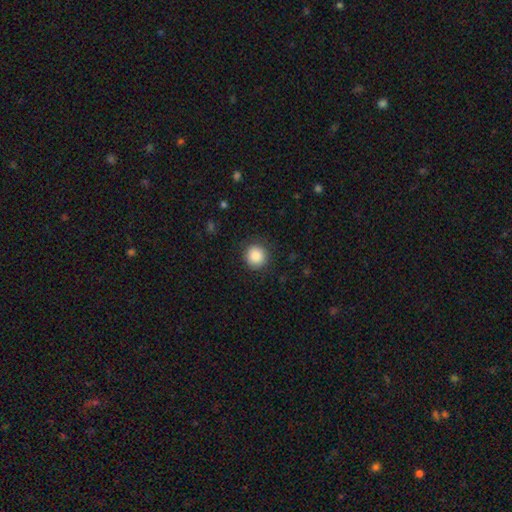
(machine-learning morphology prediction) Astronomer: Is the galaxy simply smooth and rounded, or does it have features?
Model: smooth — 88%.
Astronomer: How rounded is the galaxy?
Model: round — 94%.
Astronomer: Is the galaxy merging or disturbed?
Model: none — 89%.